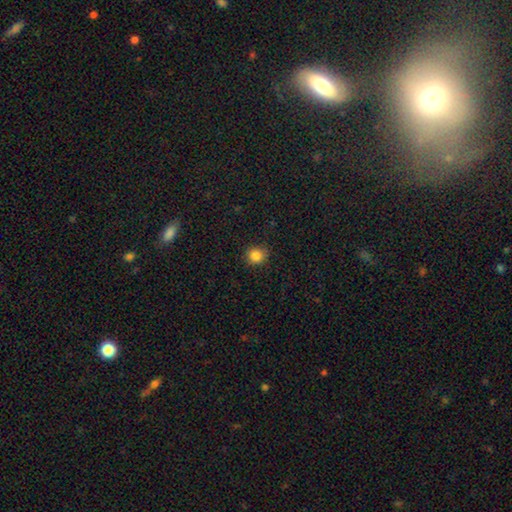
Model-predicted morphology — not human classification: Smooth or featured? smooth (85%)
How rounded? round (88%)
Merging? none (86%)